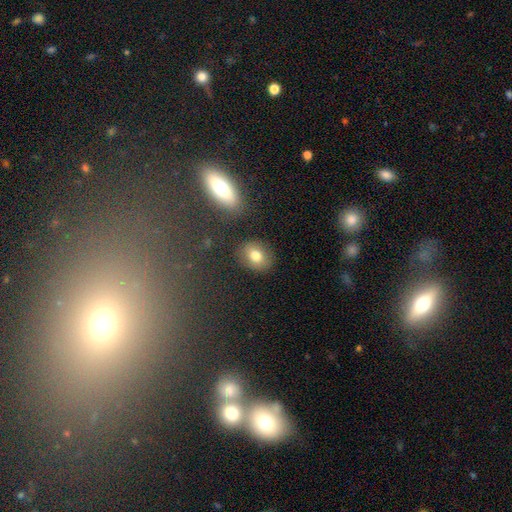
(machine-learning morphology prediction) A smooth galaxy with no disk features (77%) that is in between round and cigar-shaped (54%).

Vote fractions:
- Smooth or featured? smooth: 77% / featured or disk: 13% / star or artifact: 10%
- How rounded? in between: 54% / round: 45% / cigar-shaped: 1%
- Merging? none: 84% / minor disturbance: 10% / major disturbance: 3% / merger: 3%